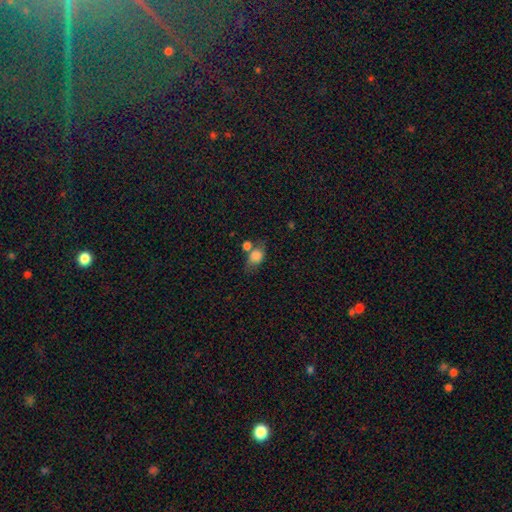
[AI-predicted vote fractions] Smooth or featured?
  - smooth: 78% *
  - featured or disk: 12%
  - star or artifact: 10%
How rounded?
  - in between: 61% *
  - round: 36%
  - cigar-shaped: 2%
Merging?
  - none: 42% *
  - merger: 27%
  - minor disturbance: 20%
  - major disturbance: 10%